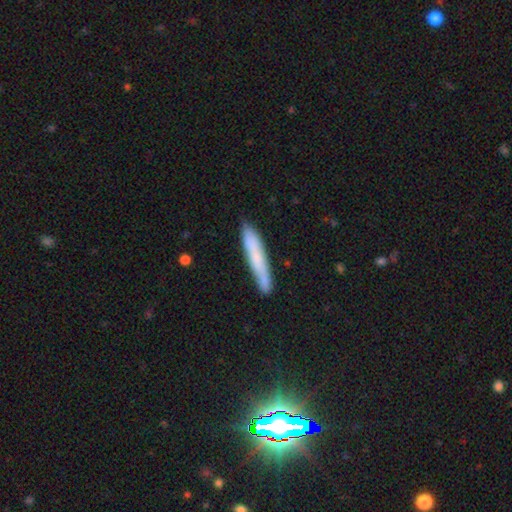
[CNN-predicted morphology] Smooth or featured? smooth (66%)
How rounded? cigar-shaped (93%)
Merging? none (80%)